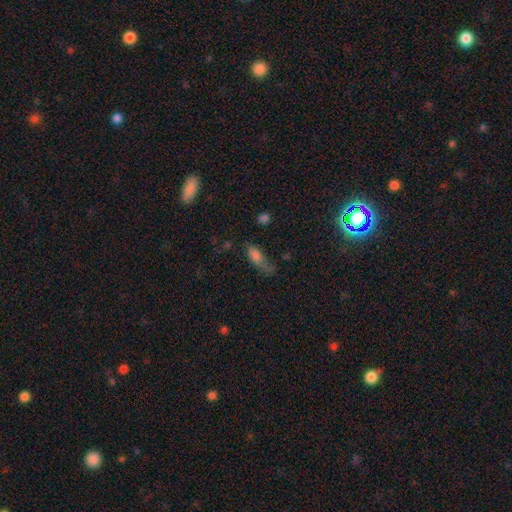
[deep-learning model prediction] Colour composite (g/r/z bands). It shows a smooth galaxy with no disk features (75%) that is in between round and cigar-shaped (72%). Merging: none (32%).